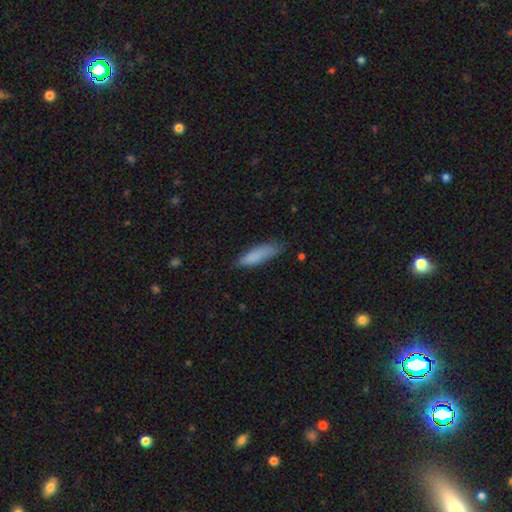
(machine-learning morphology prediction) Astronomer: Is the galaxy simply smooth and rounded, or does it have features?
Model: smooth — 84%.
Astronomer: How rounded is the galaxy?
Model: cigar-shaped — 63%.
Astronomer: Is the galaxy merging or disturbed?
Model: none — 67%.